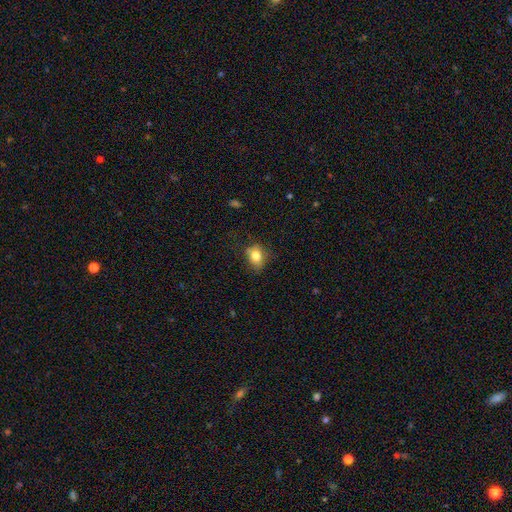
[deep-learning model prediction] Morphology: type=smooth (80%); roundness=in between (54%); merging=none (66%).